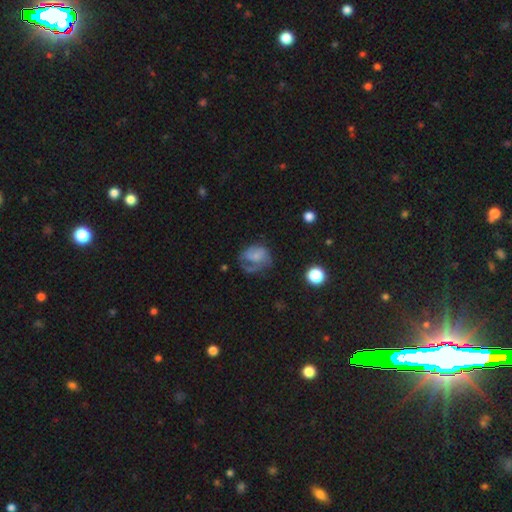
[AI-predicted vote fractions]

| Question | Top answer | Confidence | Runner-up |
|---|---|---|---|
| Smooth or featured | featured or disk | 49% | smooth (41%) |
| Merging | major disturbance | 40% | none (33%) |